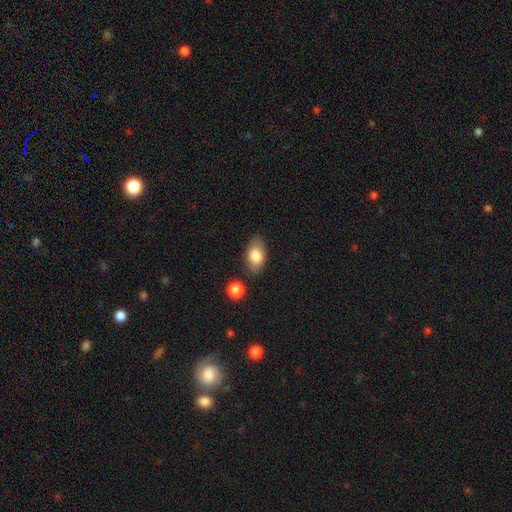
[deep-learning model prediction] smooth_or_featured: smooth (p=0.82) [alt: featured or disk p=0.11]
how_rounded: in between (p=0.91) [alt: round p=0.06]
merging: none (p=0.80) [alt: minor disturbance p=0.13]